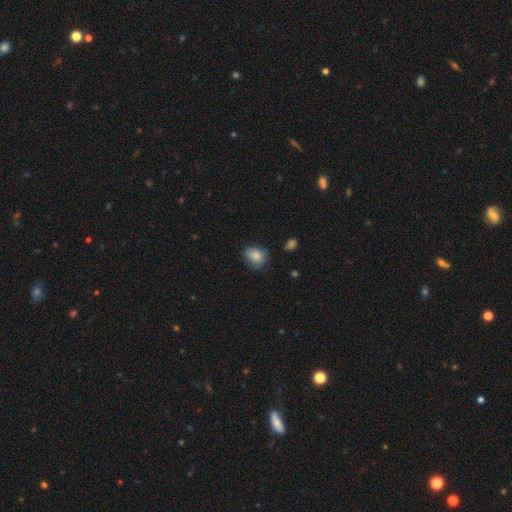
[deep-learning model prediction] Q: Smooth or featured?
A: smooth (82%); runner-up: star or artifact (9%)
Q: How rounded?
A: in between (51%); runner-up: round (48%)
Q: Merging?
A: none (67%); runner-up: minor disturbance (26%)